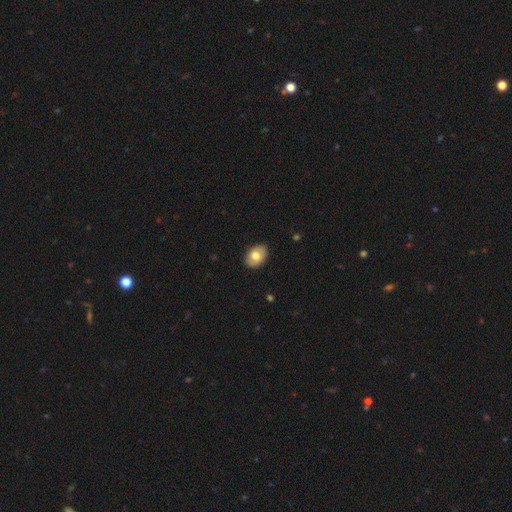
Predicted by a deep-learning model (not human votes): smooth-or-featured: smooth: 72% | featured or disk: 21% | star or artifact: 7%
  how-rounded: in between: 83% | round: 16% | cigar-shaped: 1%
  merging: none: 86% | minor disturbance: 11% | major disturbance: 2% | merger: 1%